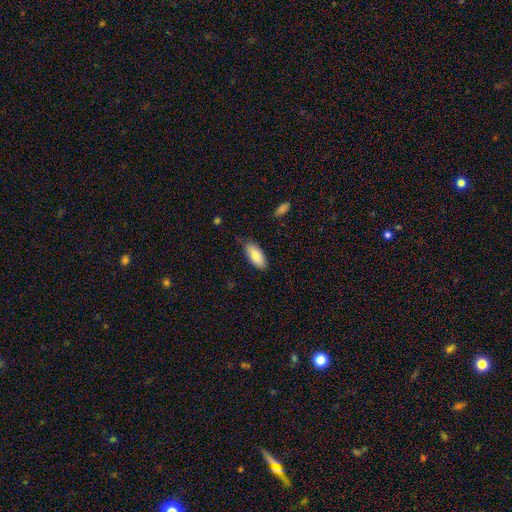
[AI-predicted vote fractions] Smooth or featured? smooth (80%)
How rounded? in between (89%)
Merging? none (80%)